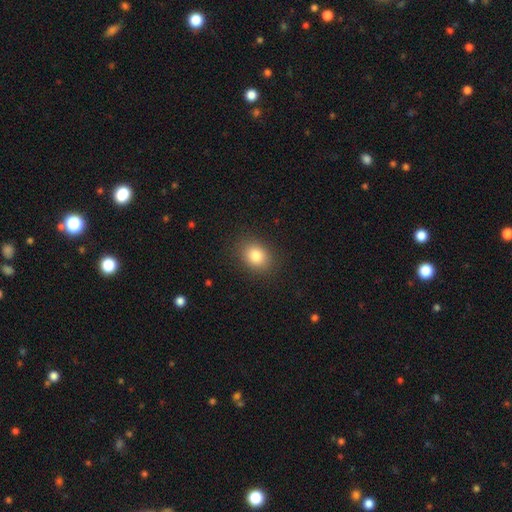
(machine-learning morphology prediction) A smooth galaxy with no disk features (82%) that is in between round and cigar-shaped (50%).

Vote fractions:
- Smooth or featured? smooth: 82% / star or artifact: 10% / featured or disk: 7%
- How rounded? in between: 50% / round: 49% / cigar-shaped: 1%
- Merging? none: 88% / minor disturbance: 8% / major disturbance: 3% / merger: 1%